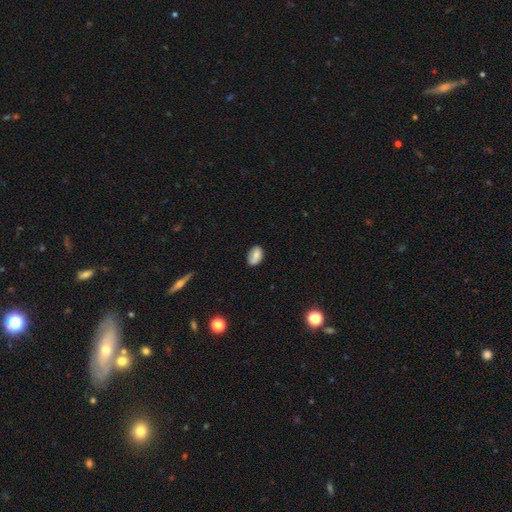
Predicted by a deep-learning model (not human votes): A smooth galaxy with no disk features (75%) that is in between round and cigar-shaped (87%). Merging: none (69%).